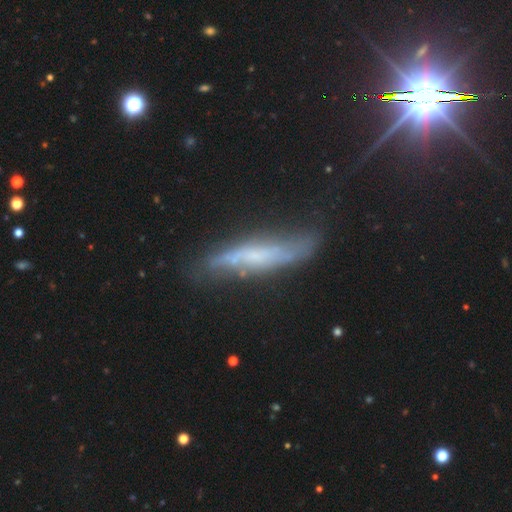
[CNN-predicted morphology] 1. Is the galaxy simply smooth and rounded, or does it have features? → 63% featured or disk, 27% smooth, 10% star or artifact.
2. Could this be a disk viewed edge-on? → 65% yes, 35% no.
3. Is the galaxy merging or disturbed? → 65% none, 23% minor disturbance, 9% major disturbance, 3% merger.